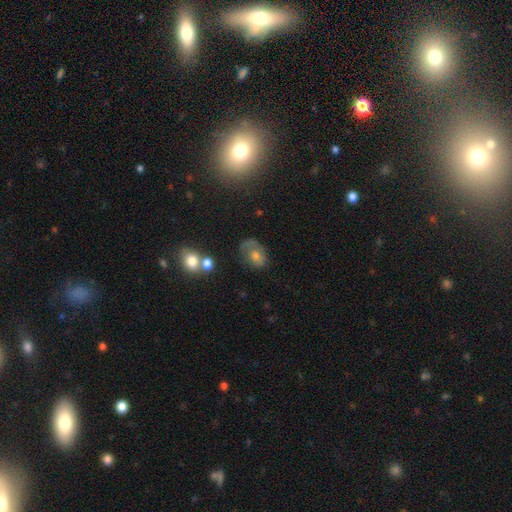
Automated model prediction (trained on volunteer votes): smooth-or-featured: smooth: 49% | featured or disk: 36% | star or artifact: 15%
  merging: none: 47% | minor disturbance: 26% | major disturbance: 21% | merger: 6%